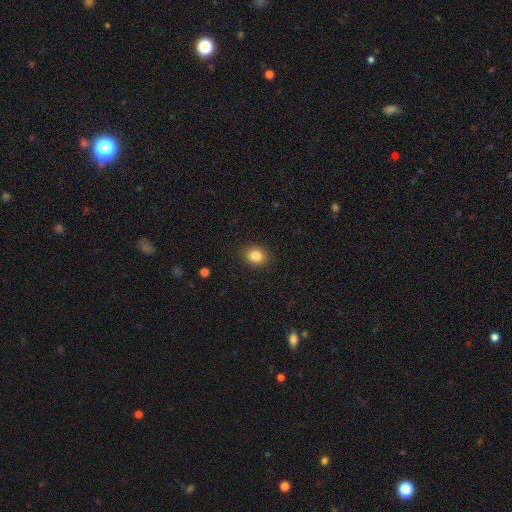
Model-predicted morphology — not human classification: Smooth or featured? Predicted: smooth (p=0.83). How rounded? Predicted: round (p=0.62). Merging? Predicted: none (p=0.90).